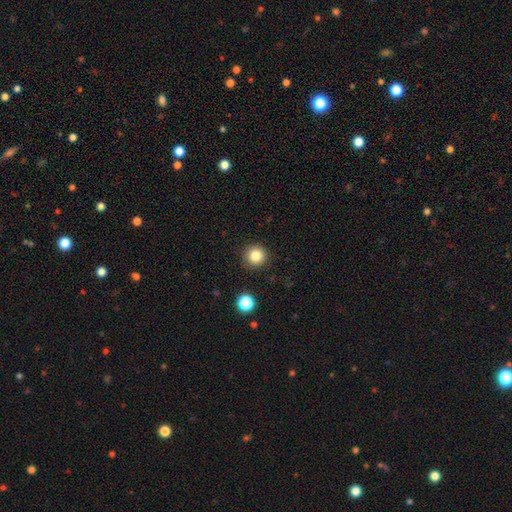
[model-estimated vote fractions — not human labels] smooth-or-featured: smooth: 84% | star or artifact: 11% | featured or disk: 5%
  how-rounded: round: 95% | in between: 4% | cigar-shaped: 1%
  merging: none: 90% | minor disturbance: 6% | major disturbance: 2% | merger: 1%